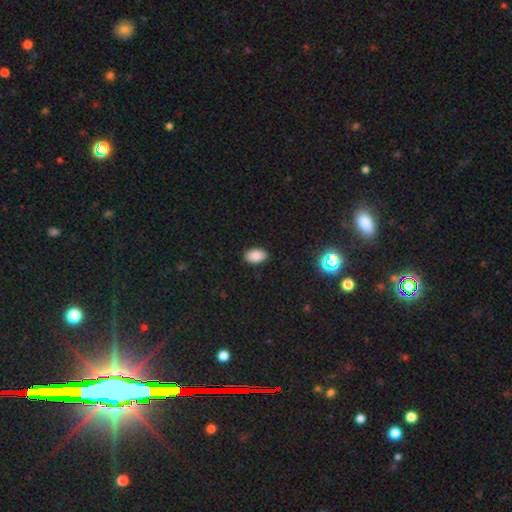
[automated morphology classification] Q: Smooth or featured?
A: smooth (85%); runner-up: star or artifact (10%)
Q: How rounded?
A: in between (91%); runner-up: round (8%)
Q: Merging?
A: none (88%); runner-up: minor disturbance (9%)